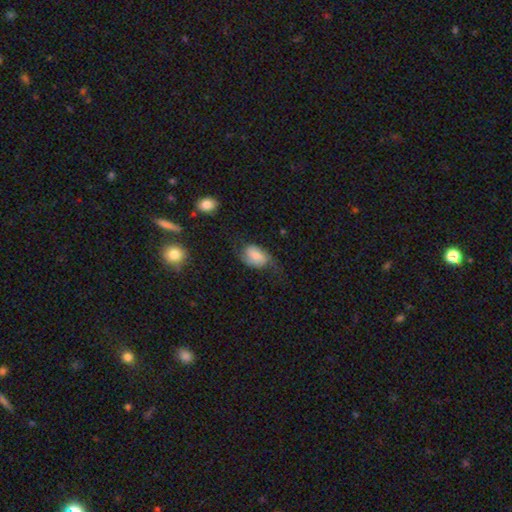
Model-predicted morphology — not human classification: smooth 59%, featured or disk 33%, star or artifact 9%. Down the decision tree: how rounded — in between (83%); merging — none (43%).